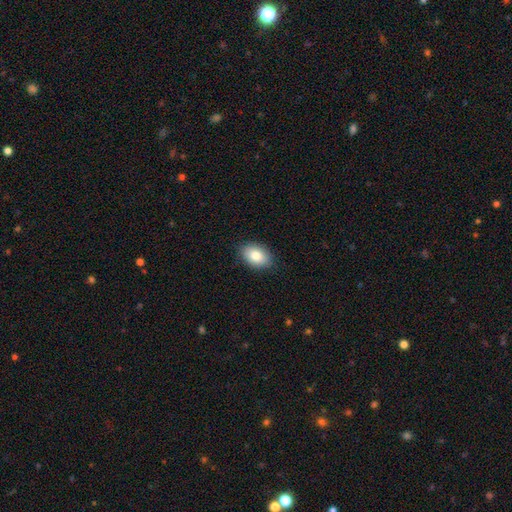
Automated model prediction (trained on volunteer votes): Q: Smooth or featured?
A: smooth (83%); runner-up: featured or disk (10%)
Q: How rounded?
A: in between (85%); runner-up: round (13%)
Q: Merging?
A: none (88%); runner-up: minor disturbance (9%)